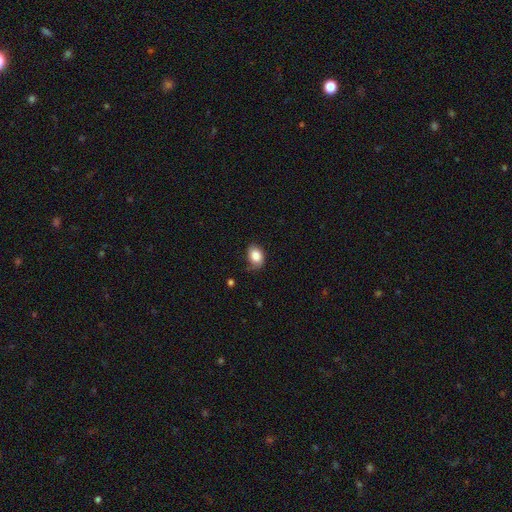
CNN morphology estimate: Smooth or featured? smooth (85%)
How rounded? in between (75%)
Merging? none (68%)